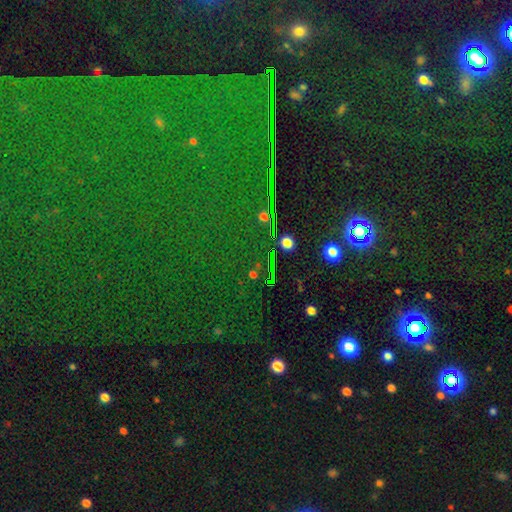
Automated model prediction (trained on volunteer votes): smooth-or-featured: star or artifact: 85% | smooth: 8% | featured or disk: 7%